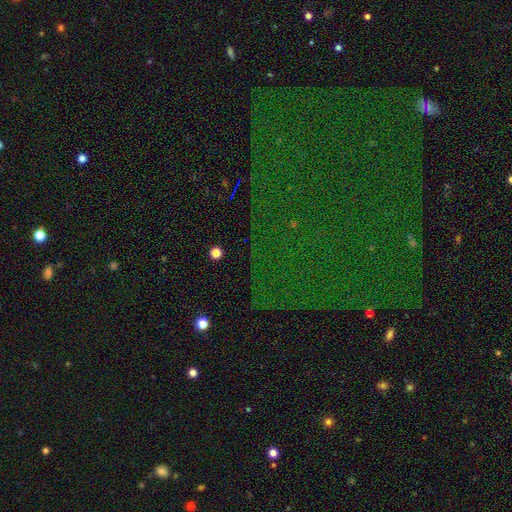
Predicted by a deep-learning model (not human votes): Smooth or featured?
  - star or artifact: 83% *
  - smooth: 9%
  - featured or disk: 8%